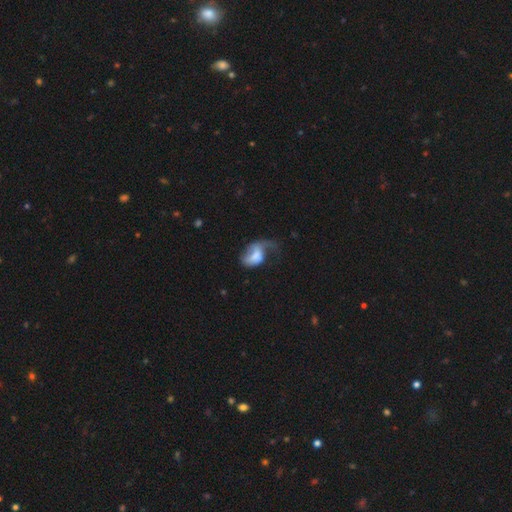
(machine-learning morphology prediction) This appears to be a smooth galaxy with no disk features (46%, tied with featured or disk). Merging: major disturbance (57%).